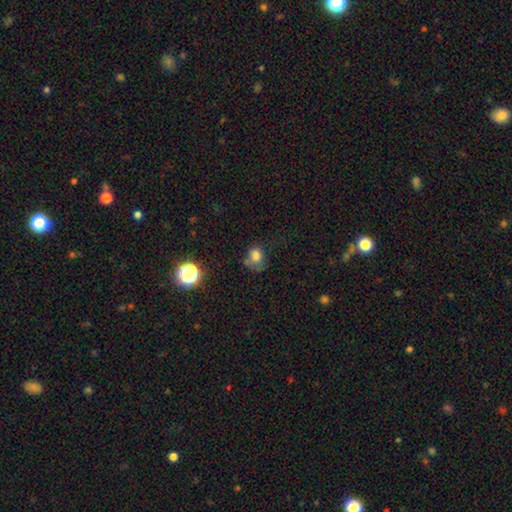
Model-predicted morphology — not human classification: Smooth or featured? smooth (74%)
How rounded? round (58%)
Merging? none (43%)